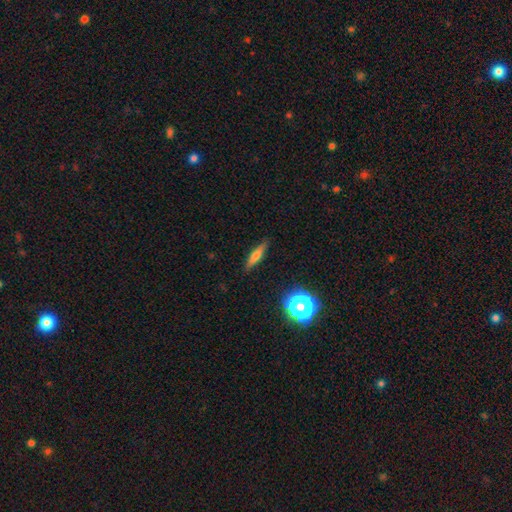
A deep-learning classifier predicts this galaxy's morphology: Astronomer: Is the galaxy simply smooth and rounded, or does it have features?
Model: smooth — 55% (runner-up: featured or disk, 35%).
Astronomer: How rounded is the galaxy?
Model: cigar-shaped — 78%.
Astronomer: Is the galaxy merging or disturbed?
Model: none — 87%.